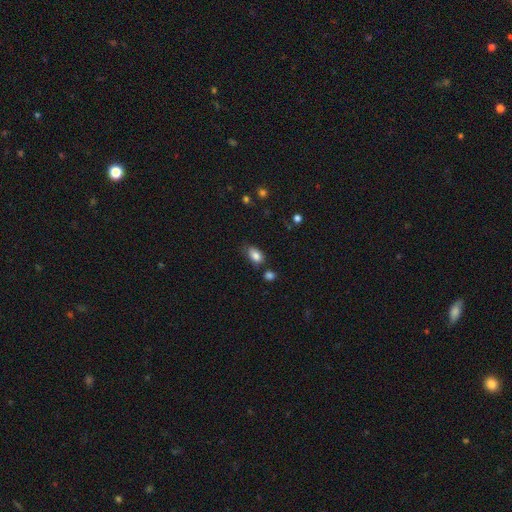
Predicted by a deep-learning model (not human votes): A smooth galaxy with no disk features (84%) that is in between round and cigar-shaped (89%). Merging: none (64%).